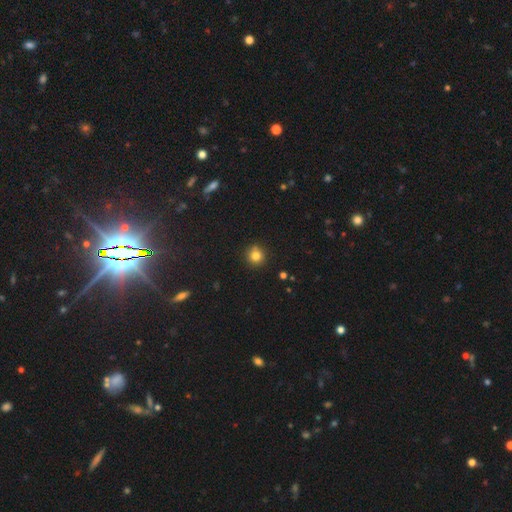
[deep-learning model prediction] Smooth or featured? smooth (82%)
How rounded? round (92%)
Merging? none (86%)